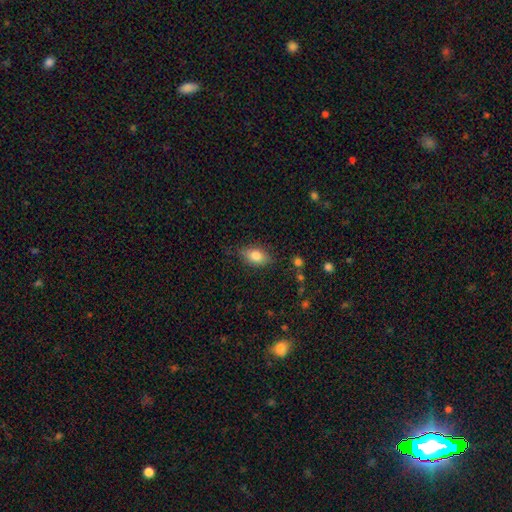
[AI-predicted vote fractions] Overall: smooth (79%). How rounded: in between (84%). Merging: none (79%).